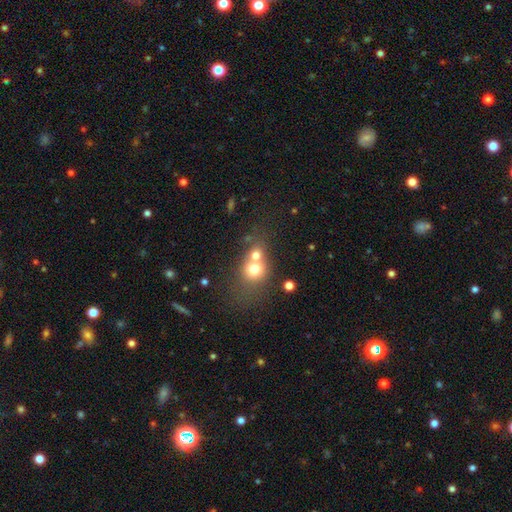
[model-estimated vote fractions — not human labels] A smooth galaxy with no disk features (69%) that is round (71%).

Vote fractions:
- Smooth or featured? smooth: 69% / featured or disk: 19% / star or artifact: 12%
- How rounded? round: 71% / in between: 27% / cigar-shaped: 1%
- Merging? merger: 63% / none: 26% / minor disturbance: 7% / major disturbance: 4%